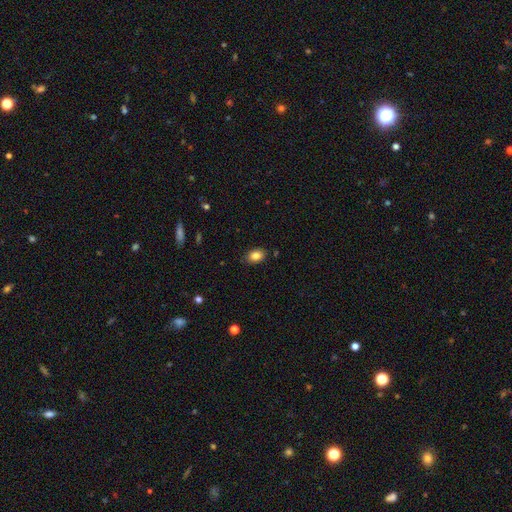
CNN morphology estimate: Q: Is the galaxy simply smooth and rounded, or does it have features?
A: smooth — 84%.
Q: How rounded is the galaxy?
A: in between — 76%.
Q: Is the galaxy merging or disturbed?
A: none — 85%.